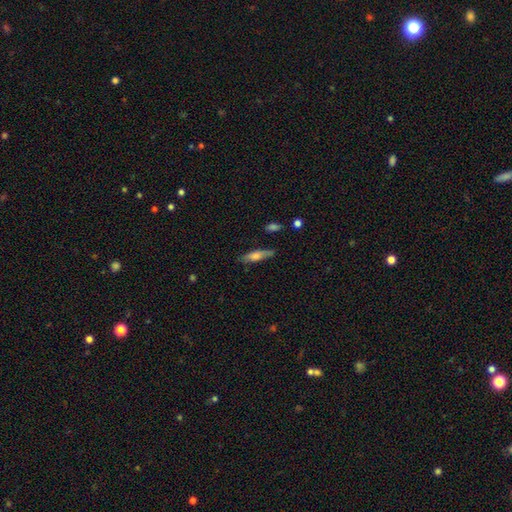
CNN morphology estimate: Smooth or featured: smooth — 60% (featured or disk — 33%)
How rounded: cigar-shaped — 65% (in between — 32%)
Merging: none — 77% (minor disturbance — 16%)